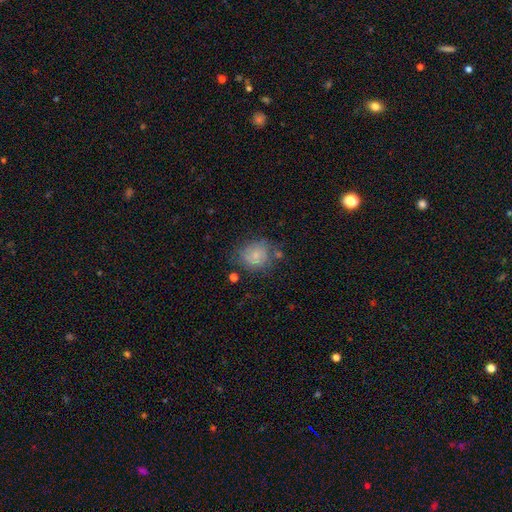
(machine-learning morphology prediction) type=smooth (66%); roundness=round (75%); merging=none (60%).